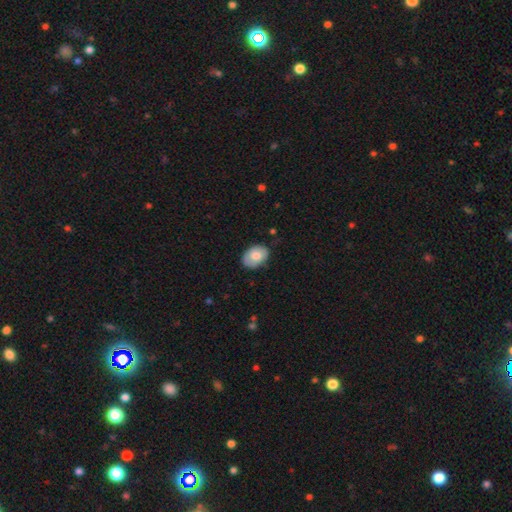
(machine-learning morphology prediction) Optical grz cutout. It shows a smooth galaxy with no disk features (72%) that is in between round and cigar-shaped (80%). Merging: none (76%).